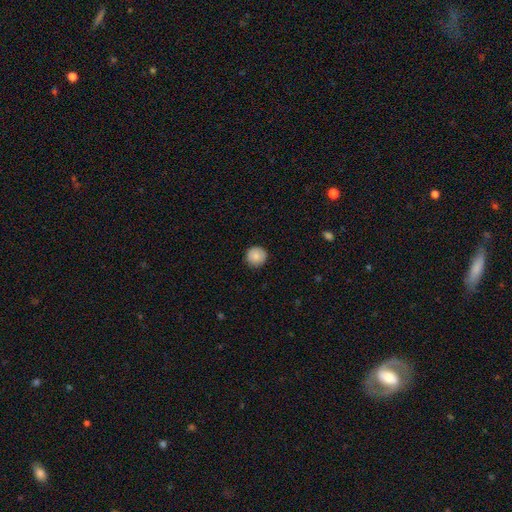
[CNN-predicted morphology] A smooth galaxy with no disk features (83%) that is round (95%). Merging: none (91%).